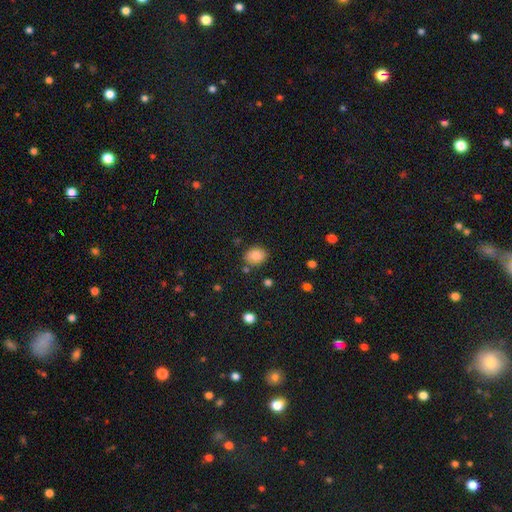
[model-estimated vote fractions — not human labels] Overall: smooth (84%). How rounded: in between (61%; round 38%). Merging: none (75%).